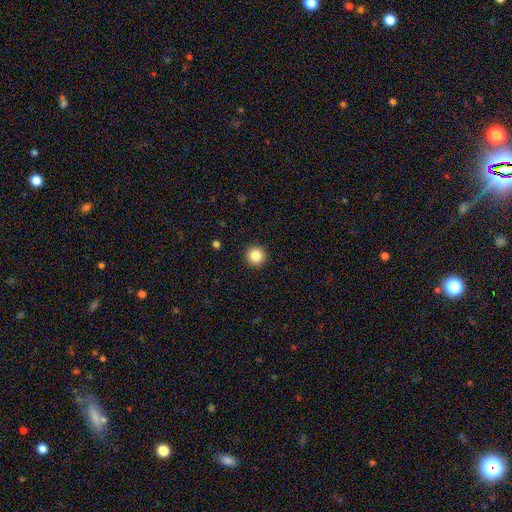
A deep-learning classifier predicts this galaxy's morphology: Smooth or featured: smooth — 85% (star or artifact — 11%)
How rounded: round — 96% (in between — 3%)
Merging: none — 93% (minor disturbance — 4%)